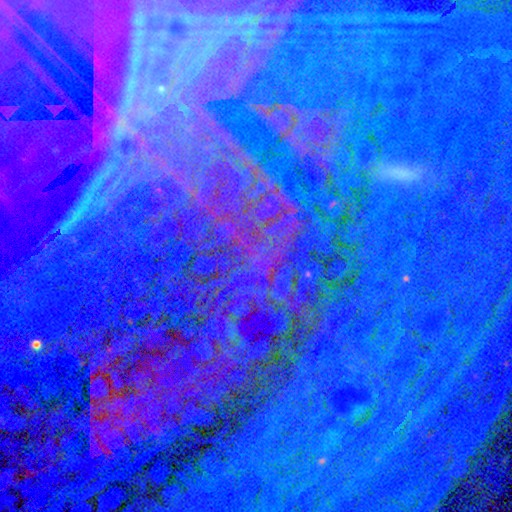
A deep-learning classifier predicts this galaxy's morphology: Smooth or featured?
  - star or artifact: 87% *
  - featured or disk: 7%
  - smooth: 6%